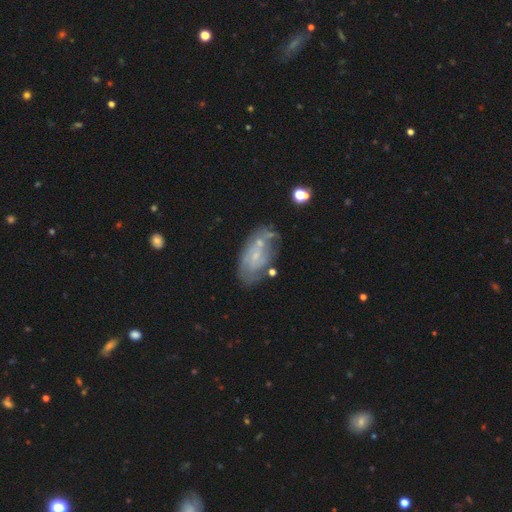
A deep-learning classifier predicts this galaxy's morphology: Q: Smooth or featured?
A: featured or disk (63%); runner-up: smooth (29%)
Q: Edge-on disk?
A: no (94%); runner-up: yes (6%)
Q: Bar?
A: no (62%); runner-up: weak (31%)
Q: Spiral arms?
A: yes (64%); runner-up: no (36%)
Q: Bulge size?
A: small (75%); runner-up: moderate (12%)
Q: Merging?
A: none (51%); runner-up: minor disturbance (25%)